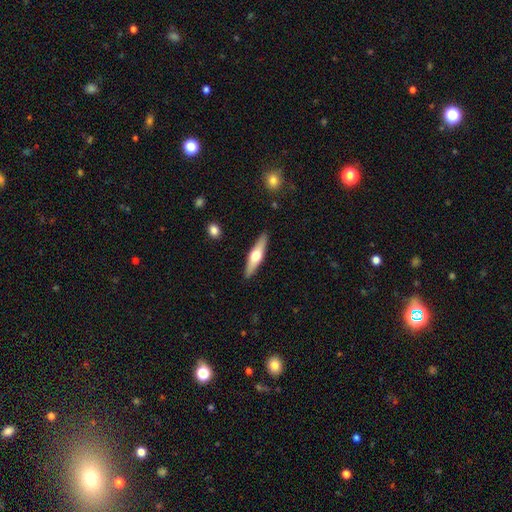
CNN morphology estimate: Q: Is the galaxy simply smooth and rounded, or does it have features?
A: featured or disk — 51%.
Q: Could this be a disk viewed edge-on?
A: yes — 93%.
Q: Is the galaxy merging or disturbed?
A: none — 90%.